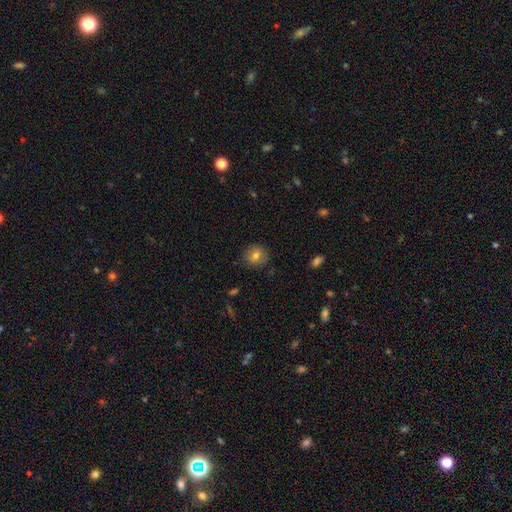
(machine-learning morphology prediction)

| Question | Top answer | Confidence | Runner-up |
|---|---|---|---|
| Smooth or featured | smooth | 76% | featured or disk (14%) |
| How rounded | round | 87% | in between (12%) |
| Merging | none | 86% | minor disturbance (10%) |